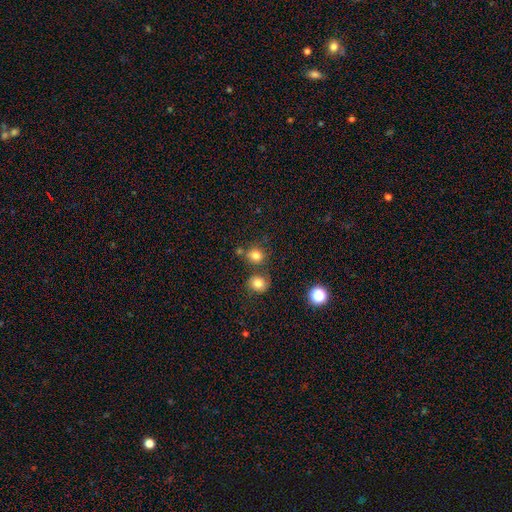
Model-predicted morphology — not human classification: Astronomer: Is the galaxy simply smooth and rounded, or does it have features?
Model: smooth — 79%.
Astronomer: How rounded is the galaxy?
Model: round — 83%.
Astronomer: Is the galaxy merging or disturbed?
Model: none — 67%.